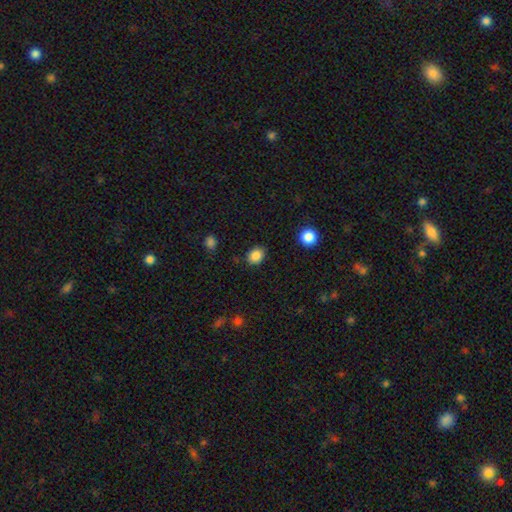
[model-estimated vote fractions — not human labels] Morphology: type=smooth (86%); roundness=round (51%); merging=none (84%).